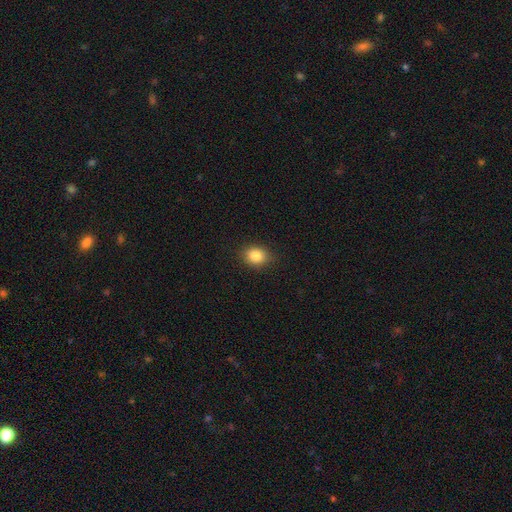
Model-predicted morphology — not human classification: smooth 85%, star or artifact 10%, featured or disk 5%. Down the decision tree: how rounded — round (51%); merging — none (87%).